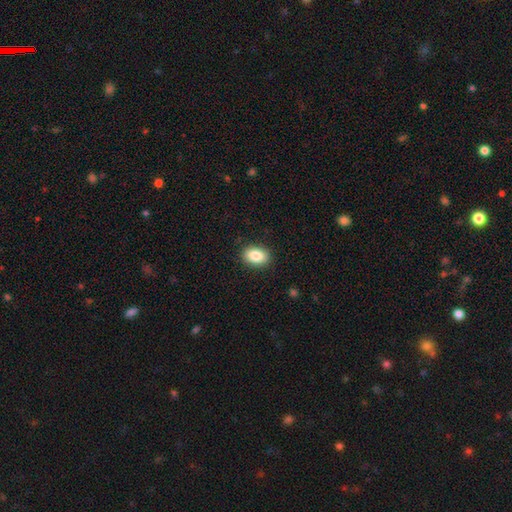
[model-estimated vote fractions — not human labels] The model was most divided on "how rounded": in between: 84%, round: 15%, cigar-shaped: 1%. More confident: merging — none (89%); smooth or featured — smooth (86%).